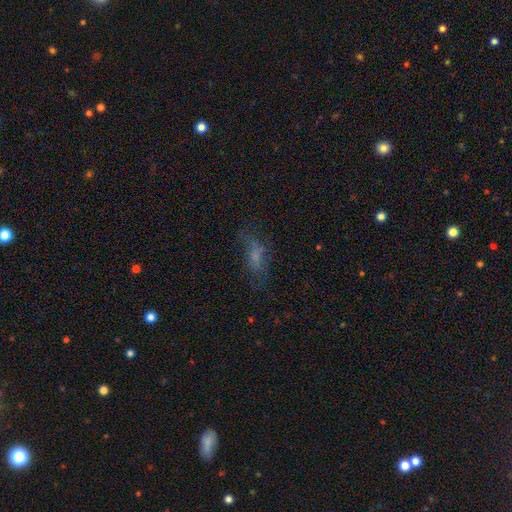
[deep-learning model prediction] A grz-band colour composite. It shows a smooth galaxy with no disk features (50%) that is in between round and cigar-shaped (68%). Merging: none (51%).